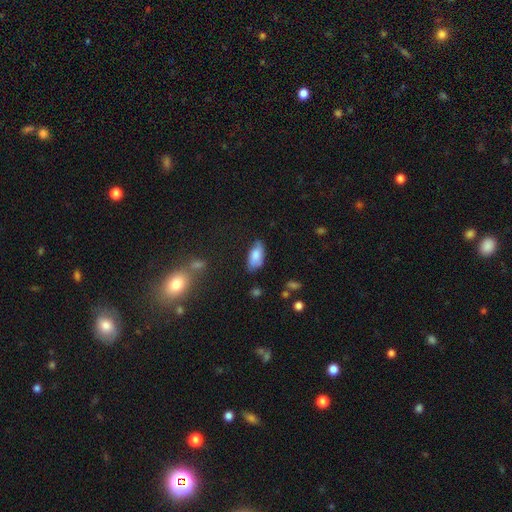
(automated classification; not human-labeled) Smooth or featured? Predicted: smooth (p=0.76). How rounded? Predicted: in between (p=0.91). Merging? Predicted: none (p=0.64).